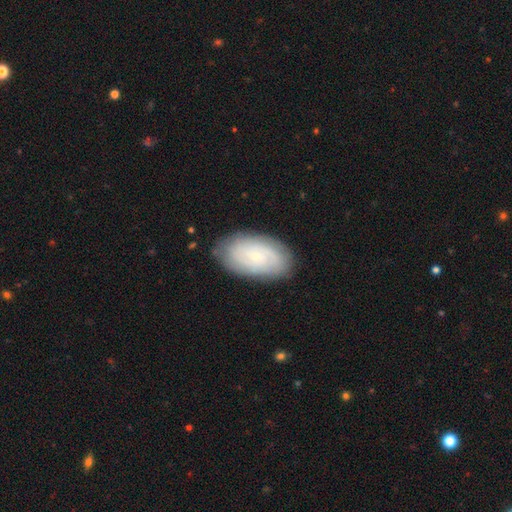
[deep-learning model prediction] smooth-or-featured: featured or disk: 58% | smooth: 35% | star or artifact: 7%
  disk-edge-on: no: 94% | yes: 6%
    bar: no: 81% | weak: 16% | strong: 3%
    has-spiral-arms: yes: 82% | no: 18%
    bulge-size: small: 84% | moderate: 12% | none: 2% | large: 1% | dominant: 1%
  merging: none: 82% | minor disturbance: 14% | major disturbance: 3% | merger: 1%